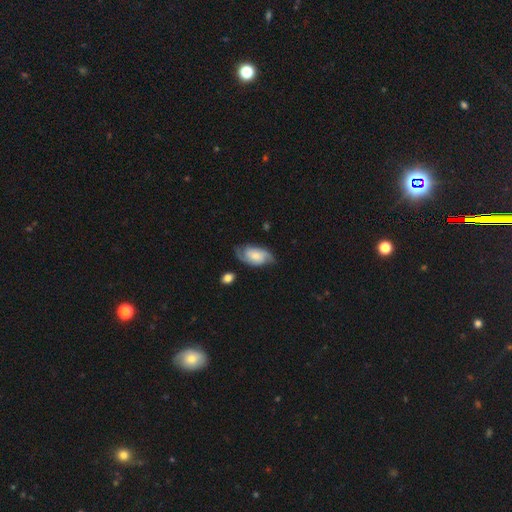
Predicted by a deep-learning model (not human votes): Morphology: type=featured or disk (64%); edge-on=no (95%); bar=no (63%); spiral arms=yes (92%); winding=medium (44%); arm count=2 (82%); bulge=small (35%); merging=none (69%).